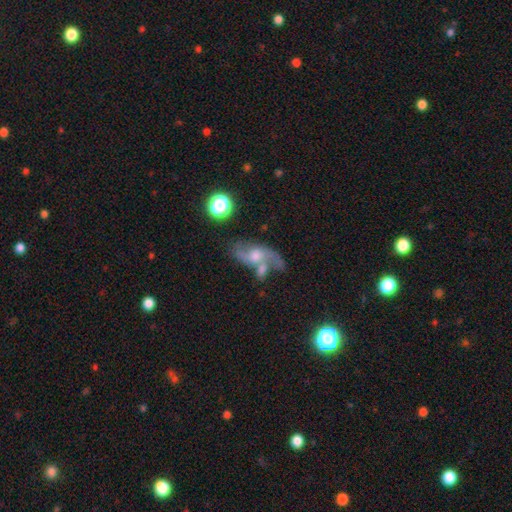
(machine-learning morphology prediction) A featured or disk galaxy (72%) with no bar (61%), 2 (85%) loose (70%) spiral arms (87%) and a moderate central bulge (54%).

Vote fractions:
- Smooth or featured? featured or disk: 72% / smooth: 16% / star or artifact: 12%
- Edge-on disk? no: 91% / yes: 9%
- Bar? no: 61% / weak: 32% / strong: 7%
- Spiral arms? yes: 87% / no: 13%
- Spiral winding? loose: 70% / medium: 23% / tight: 7%
- Spiral arm count? 2: 85% / can't tell: 6% / 1: 5% / 3: 2% / 4: 1% / more than 4: 1%
- Bulge size? moderate: 54% / small: 33% / large: 6% / none: 5% / dominant: 2%
- Merging? none: 45% / merger: 25% / minor disturbance: 16% / major disturbance: 13%